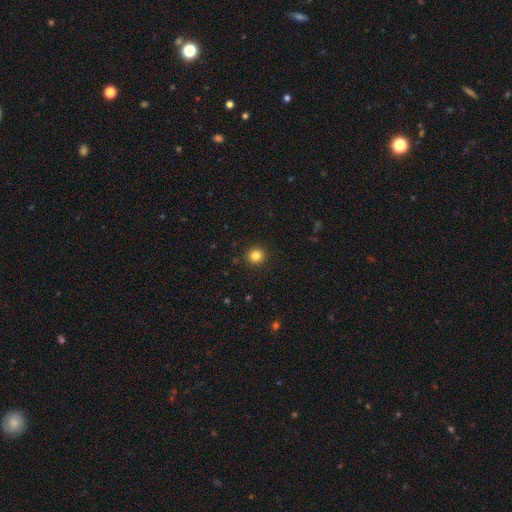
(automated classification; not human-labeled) This appears to be a smooth galaxy with no disk features (83%) that is round (92%). Merging: none (92%).